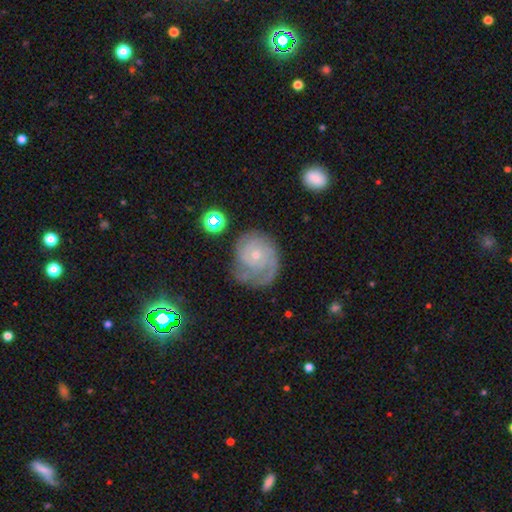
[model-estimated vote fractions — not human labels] A featured or disk galaxy (81%) with no bar (78%), 2 (32%) tight (73%) spiral arms (95%) and a small central bulge (73%). Merging: none (63%).